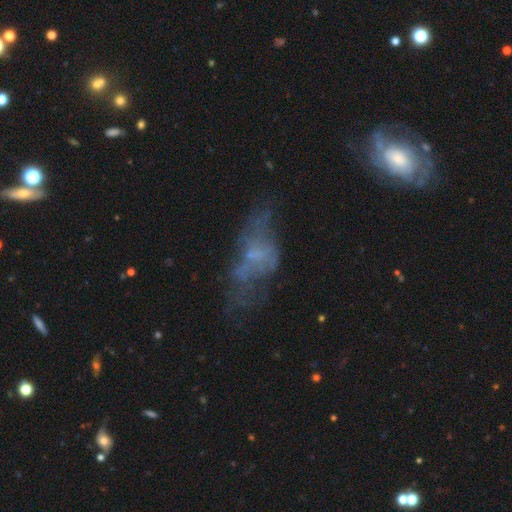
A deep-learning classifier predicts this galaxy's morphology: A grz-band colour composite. It shows a featured or disk galaxy (49%). Merging: major disturbance (36%).